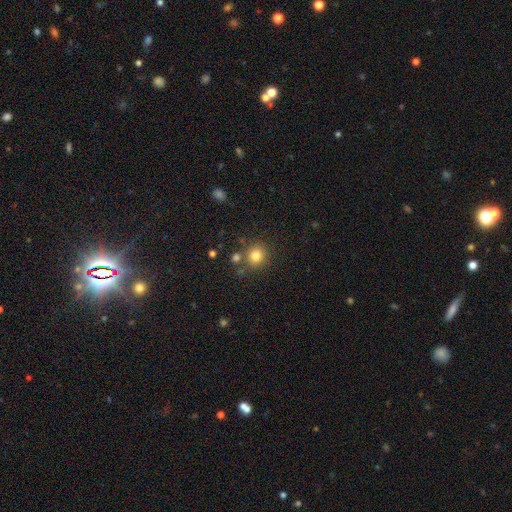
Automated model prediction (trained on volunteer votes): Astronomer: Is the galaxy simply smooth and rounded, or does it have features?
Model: smooth — 80%.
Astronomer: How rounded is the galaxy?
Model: round — 88%.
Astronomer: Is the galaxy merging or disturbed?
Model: none — 75%.